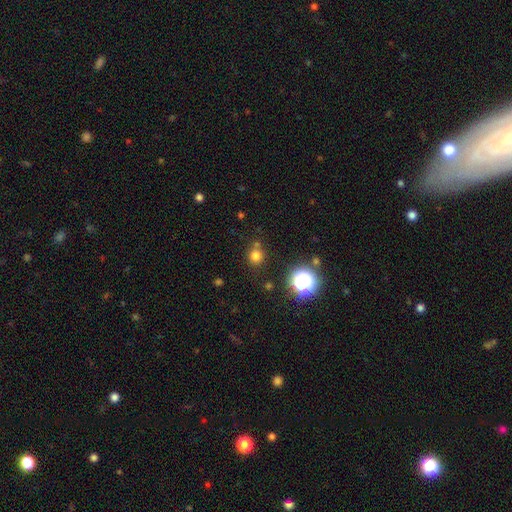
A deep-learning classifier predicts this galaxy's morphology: Smooth or featured: smooth — 73% (star or artifact — 21%)
How rounded: round — 89% (in between — 10%)
Merging: none — 75% (merger — 12%)